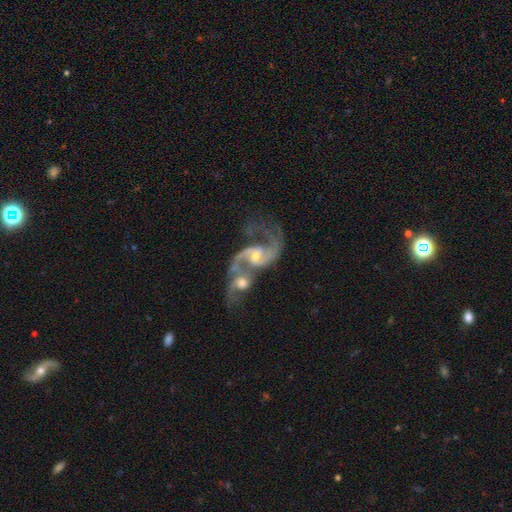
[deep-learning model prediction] Overall: featured or disk (89%). Edge-on disk: no (97%). Bar: weak (44%; no 40%). Spiral arms: yes (96%). Spiral arm count: 2 (88%). Spiral winding: loose (52%; medium 40%). Bulge size: small (49%; moderate 44%). Merging: merger (68%).